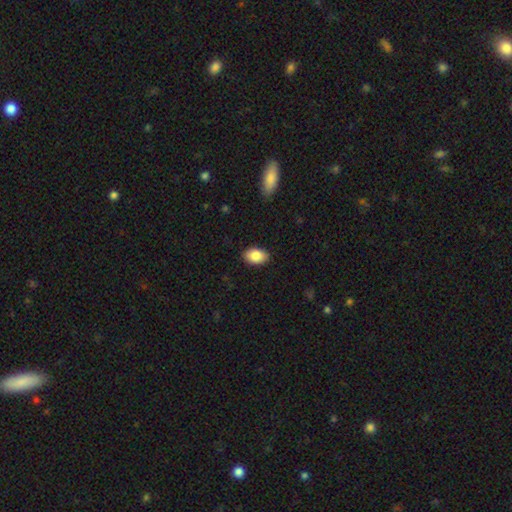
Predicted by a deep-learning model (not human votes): This is clearly a smooth galaxy (87%). How rounded: clearly in between (87%). Merging: clearly none (87%).